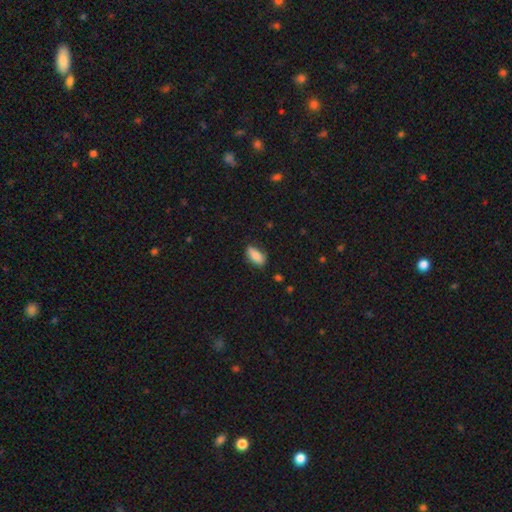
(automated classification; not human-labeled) A smooth galaxy with no disk features (81%) that is in between round and cigar-shaped (88%). Merging: none (81%).